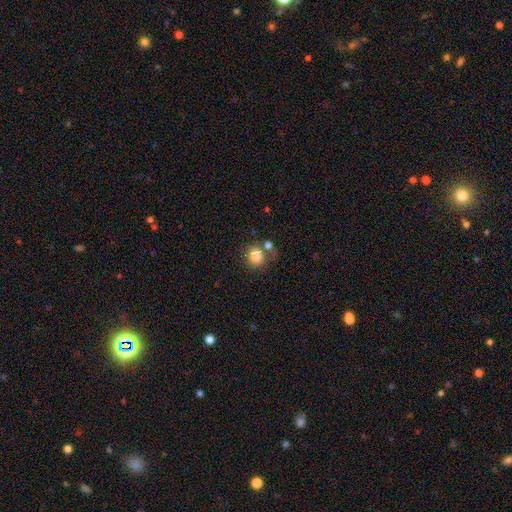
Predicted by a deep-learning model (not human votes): smooth_or_featured: smooth (p=0.82) [alt: star or artifact p=0.10]
how_rounded: round (p=0.80) [alt: in between p=0.19]
merging: none (p=0.61) [alt: merger p=0.20]